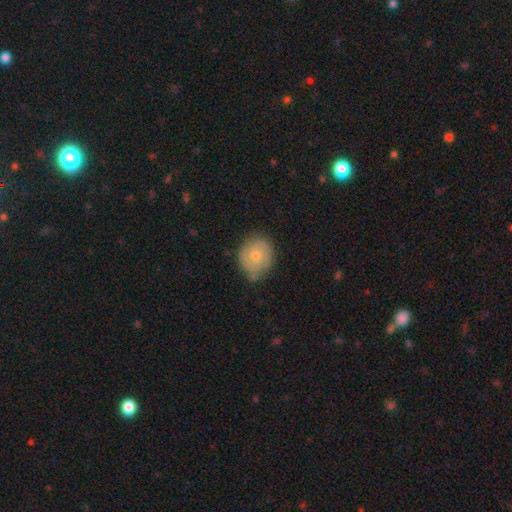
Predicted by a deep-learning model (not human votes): This is likely a smooth galaxy (64%). How rounded: clearly round (83%). Merging: likely none (76%).